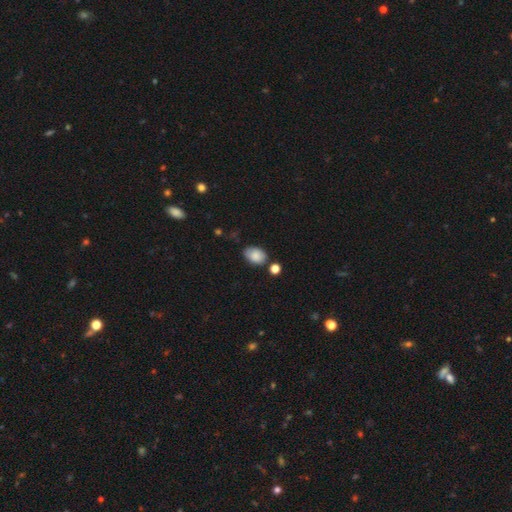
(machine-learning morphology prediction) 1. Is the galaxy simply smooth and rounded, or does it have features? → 85% smooth, 8% star or artifact, 7% featured or disk.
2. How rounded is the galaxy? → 83% in between, 16% round, 1% cigar-shaped.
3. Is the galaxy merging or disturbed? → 65% none, 22% minor disturbance, 8% merger, 5% major disturbance.